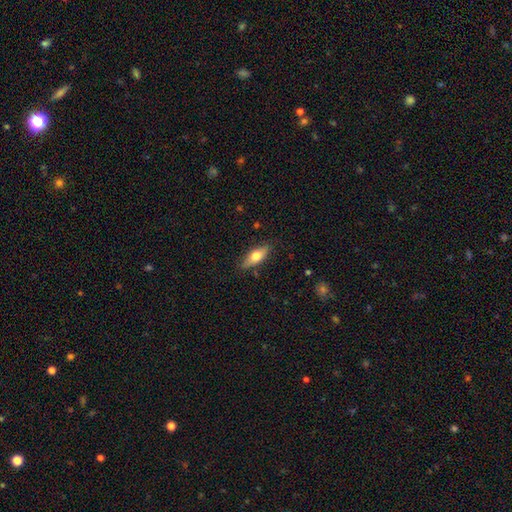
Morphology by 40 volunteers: smooth_or_featured: smooth (p=0.60) [alt: featured or disk p=0.35]
how_rounded: in between (p=0.54) [alt: cigar-shaped p=0.38]
merging: none (p=0.76) [alt: minor disturbance p=0.24]